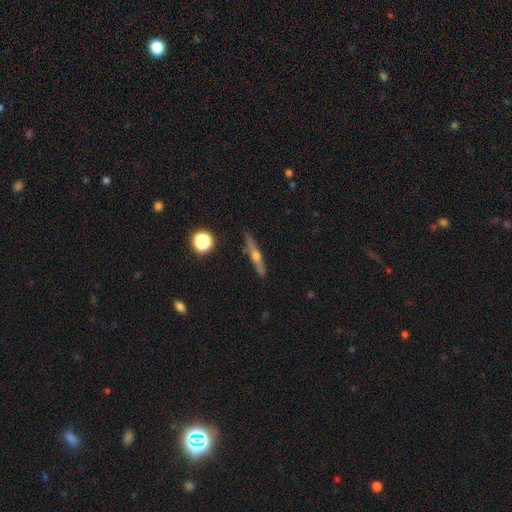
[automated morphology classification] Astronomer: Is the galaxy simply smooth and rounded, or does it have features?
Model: featured or disk — 62%.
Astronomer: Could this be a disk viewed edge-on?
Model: yes — 95%.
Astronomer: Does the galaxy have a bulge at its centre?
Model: rounded — 89%.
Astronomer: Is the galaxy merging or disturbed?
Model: none — 87%.